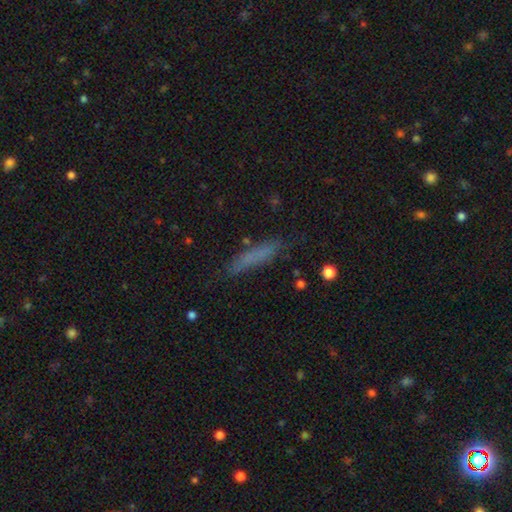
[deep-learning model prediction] Smooth or featured? Predicted: smooth (p=0.68). How rounded? Predicted: cigar-shaped (p=0.88). Merging? Predicted: none (p=0.77).